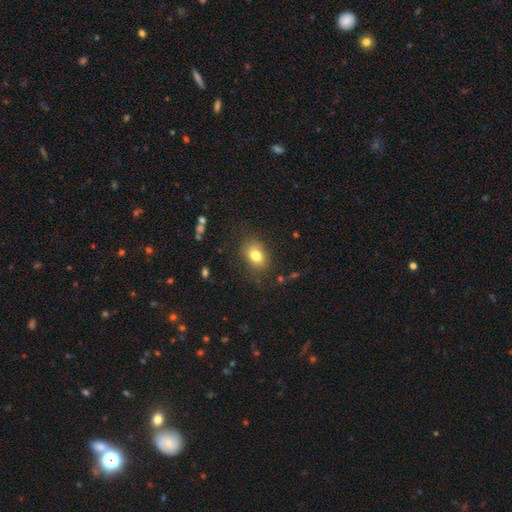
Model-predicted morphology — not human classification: Smooth or featured: smooth — 79% (featured or disk — 10%)
How rounded: in between — 73% (round — 26%)
Merging: none — 80% (minor disturbance — 14%)